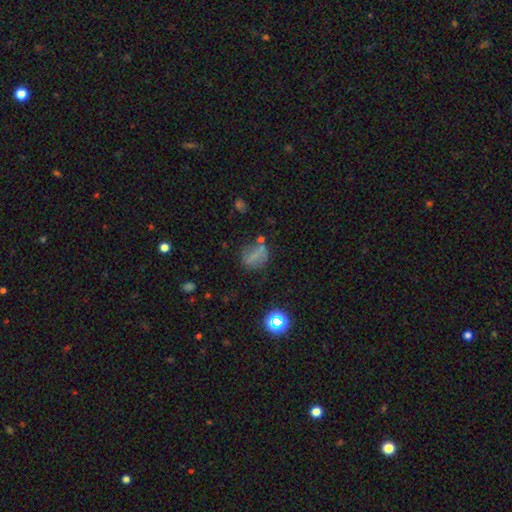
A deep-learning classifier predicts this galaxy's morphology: Overall: smooth (59%; star or artifact 23%). How rounded: round (50%; in between 46%). Merging: none (56%; minor disturbance 22%).